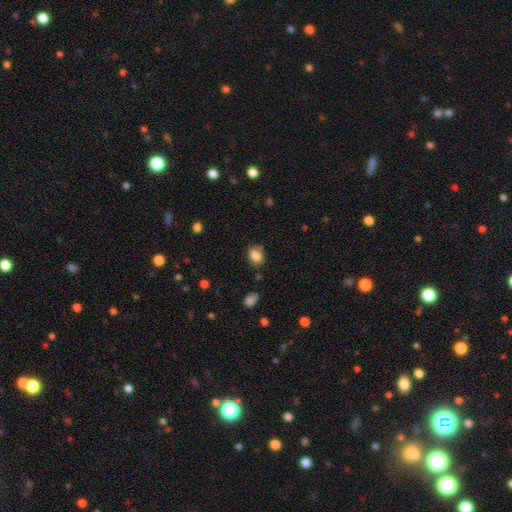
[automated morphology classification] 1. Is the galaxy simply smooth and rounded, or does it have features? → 83% smooth, 9% star or artifact, 8% featured or disk.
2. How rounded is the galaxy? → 62% in between, 37% round, 1% cigar-shaped.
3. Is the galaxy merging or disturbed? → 74% none, 19% minor disturbance, 4% major disturbance, 3% merger.